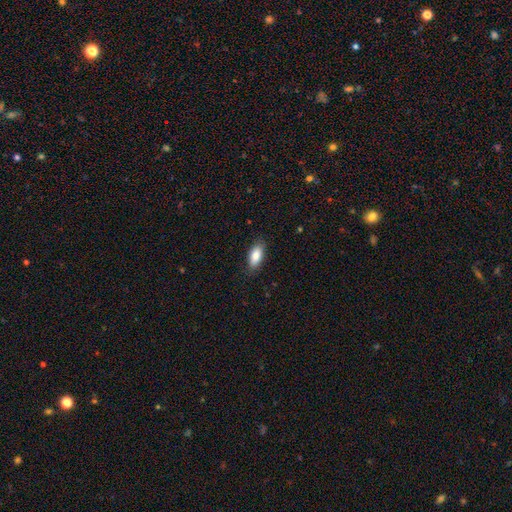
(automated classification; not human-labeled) smooth-or-featured: smooth: 86% | featured or disk: 8% | star or artifact: 7%
  how-rounded: in between: 88% | cigar-shaped: 10% | round: 2%
  merging: none: 85% | minor disturbance: 12% | major disturbance: 3% | merger: 1%